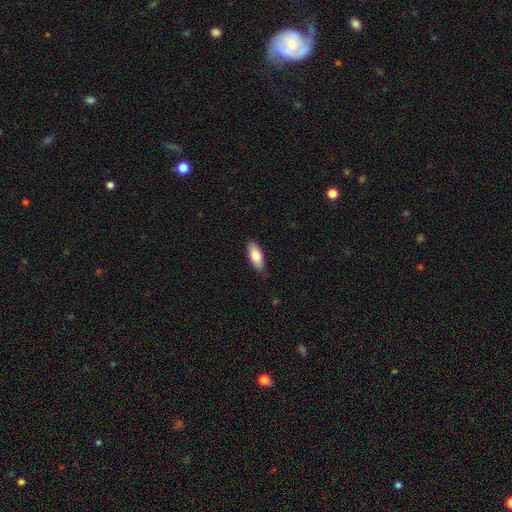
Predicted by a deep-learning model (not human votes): The model was most divided on "how rounded": in between: 80%, cigar-shaped: 18%, round: 2%. More confident: merging — none (84%); smooth or featured — smooth (81%).